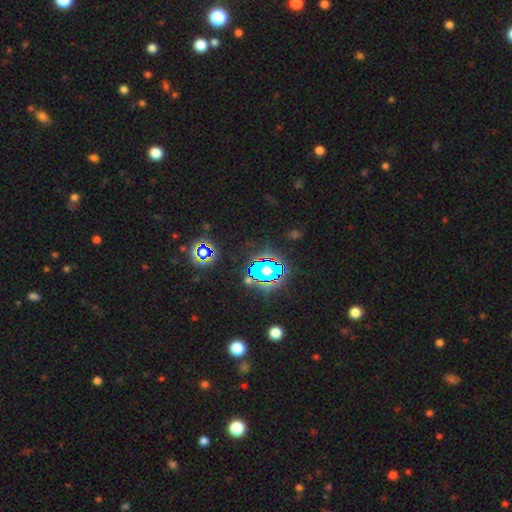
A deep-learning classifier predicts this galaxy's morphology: This is clearly a star or artifact rather than a galaxy (82%).